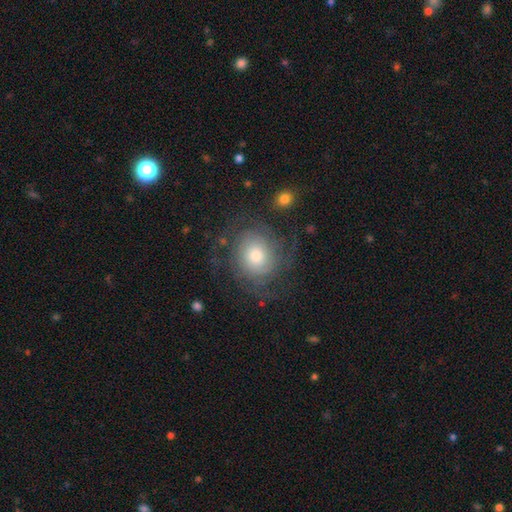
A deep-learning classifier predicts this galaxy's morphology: A featured or disk galaxy (61%) with no bar (83%), spiral arms (84%) and a moderate central bulge (53%). Merging: none (69%).